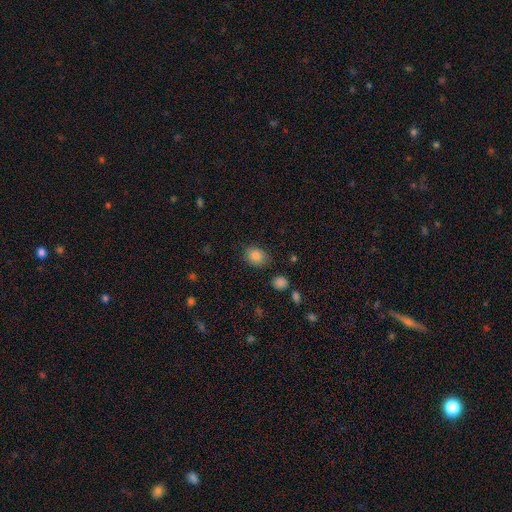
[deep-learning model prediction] Smooth or featured? smooth (84%)
How rounded? in between (50%)
Merging? none (82%)